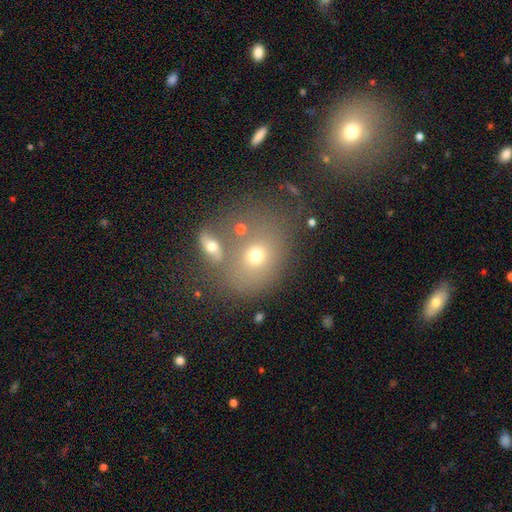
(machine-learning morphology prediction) Smooth or featured: smooth — 64% (featured or disk — 21%)
How rounded: in between — 55% (round — 44%)
Merging: none — 44% (merger — 32%)